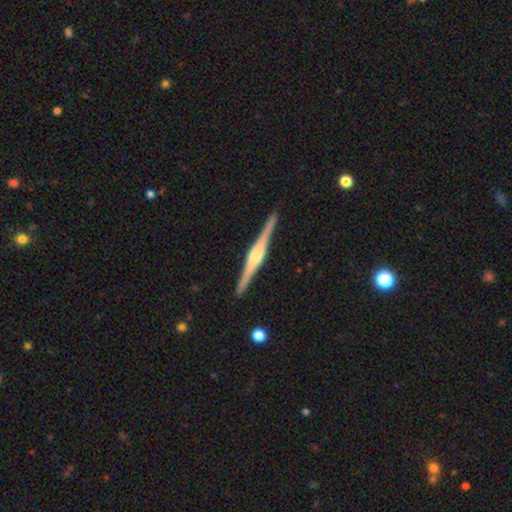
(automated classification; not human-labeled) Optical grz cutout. It shows a featured or disk galaxy (85%) viewed edge-on (99%) with a rounded central bulge (65%). Merging: none (91%).